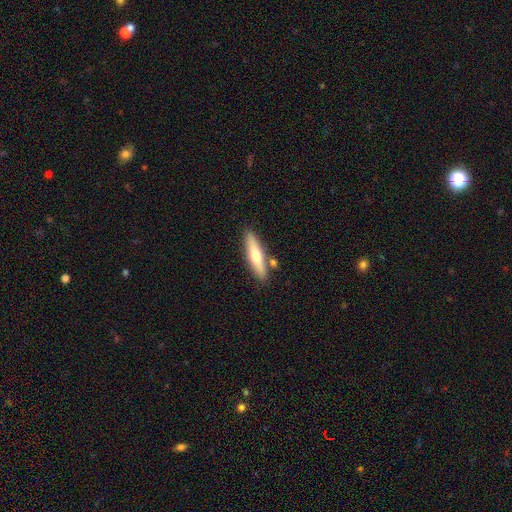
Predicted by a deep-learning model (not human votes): A smooth galaxy with no disk features (54%) that is cigar-shaped (77%).

Vote fractions:
- Smooth or featured? smooth: 54% / featured or disk: 40% / star or artifact: 5%
- How rounded? cigar-shaped: 77% / in between: 21% / round: 2%
- Merging? none: 81% / minor disturbance: 10% / merger: 7% / major disturbance: 2%